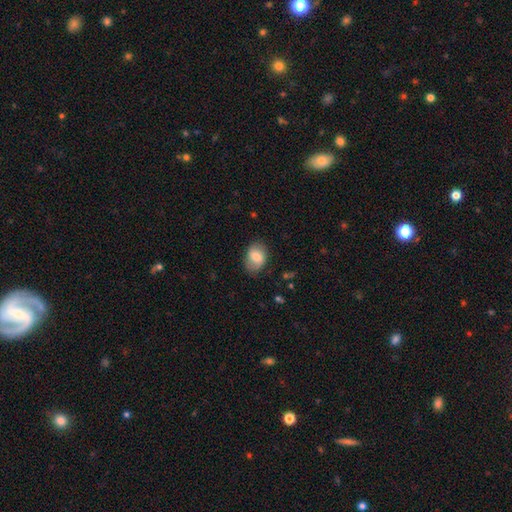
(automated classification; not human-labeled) Morphology: type=smooth (72%); roundness=in between (75%); merging=none (77%).